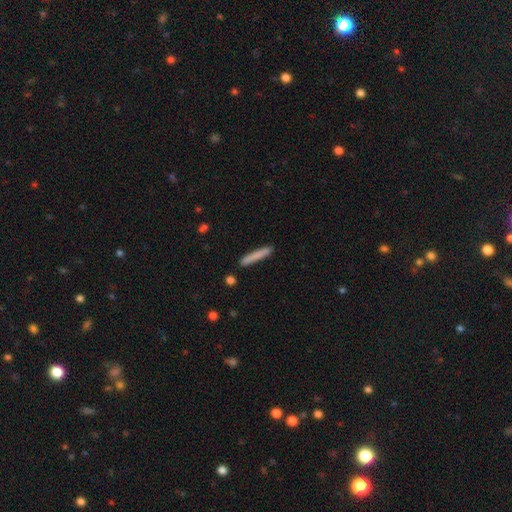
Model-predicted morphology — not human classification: The model was most divided on "smooth or featured": smooth: 78%, featured or disk: 16%, star or artifact: 6%. More confident: how rounded — cigar-shaped (95%); merging — none (87%).